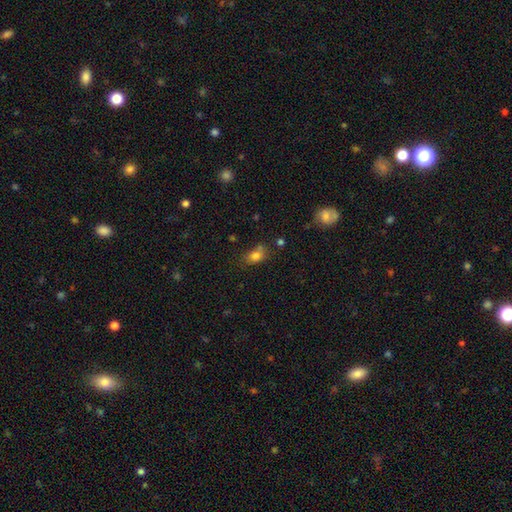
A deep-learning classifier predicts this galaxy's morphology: Smooth or featured: smooth — 78% (star or artifact — 13%)
How rounded: in between — 66% (round — 31%)
Merging: none — 58% (minor disturbance — 20%)